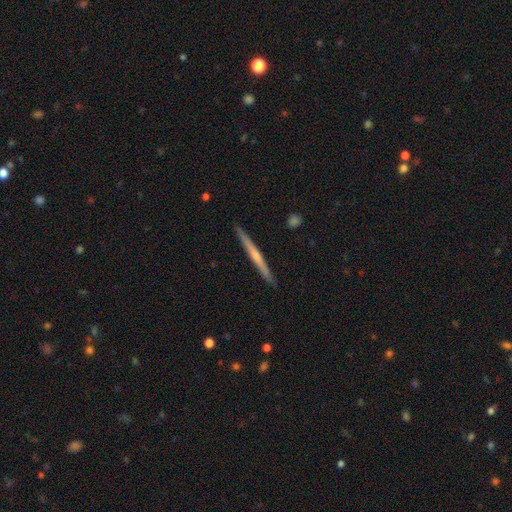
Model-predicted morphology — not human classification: Overall: featured or disk (59%; smooth 35%). Edge-on disk: yes (98%). Edge-on bulge: none (53%; rounded 41%). Merging: none (92%).